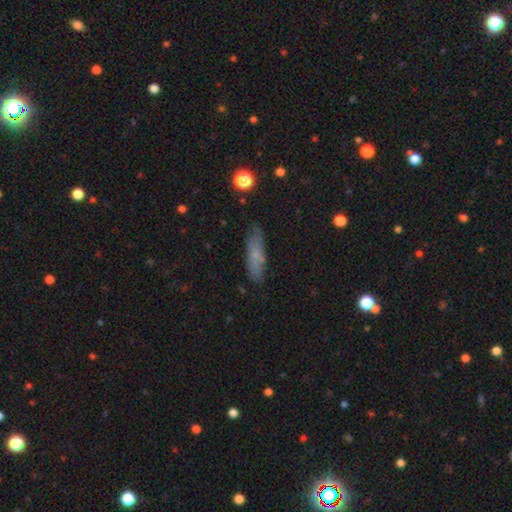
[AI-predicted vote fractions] smooth 64%, featured or disk 28%, star or artifact 9%. Down the decision tree: how rounded — cigar-shaped (60%); merging — none (79%).